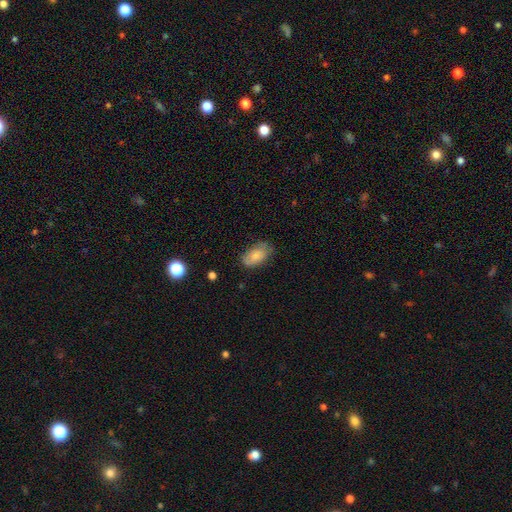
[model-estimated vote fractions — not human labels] Overall: smooth (75%). How rounded: in between (92%). Merging: none (68%).